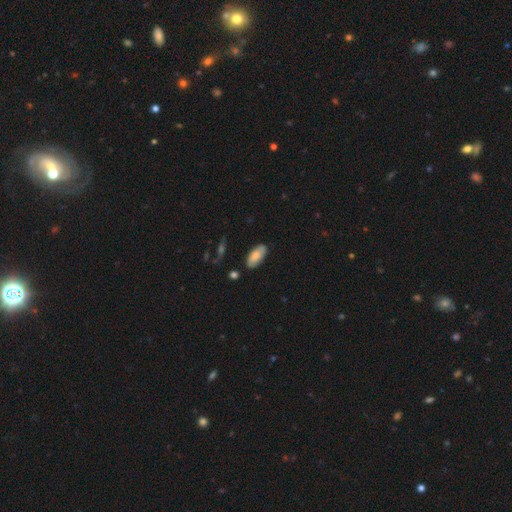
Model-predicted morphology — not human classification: Smooth or featured?
  - smooth: 76% *
  - featured or disk: 18%
  - star or artifact: 7%
How rounded?
  - in between: 91% *
  - cigar-shaped: 7%
  - round: 2%
Merging?
  - none: 81% *
  - minor disturbance: 14%
  - major disturbance: 3%
  - merger: 2%